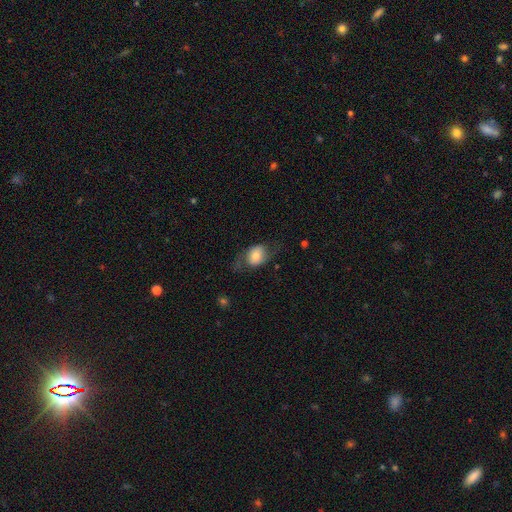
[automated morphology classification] Smooth or featured?
  - smooth: 55% *
  - featured or disk: 37%
  - star or artifact: 8%
How rounded?
  - in between: 62% *
  - round: 36%
  - cigar-shaped: 2%
Merging?
  - none: 59% *
  - minor disturbance: 21%
  - major disturbance: 18%
  - merger: 2%